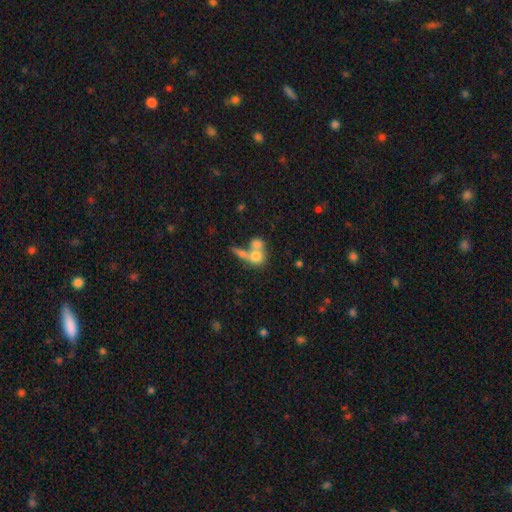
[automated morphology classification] smooth-or-featured: smooth: 68% | featured or disk: 22% | star or artifact: 10%
  how-rounded: round: 62% | in between: 34% | cigar-shaped: 4%
  merging: merger: 63% | none: 22% | major disturbance: 8% | minor disturbance: 7%